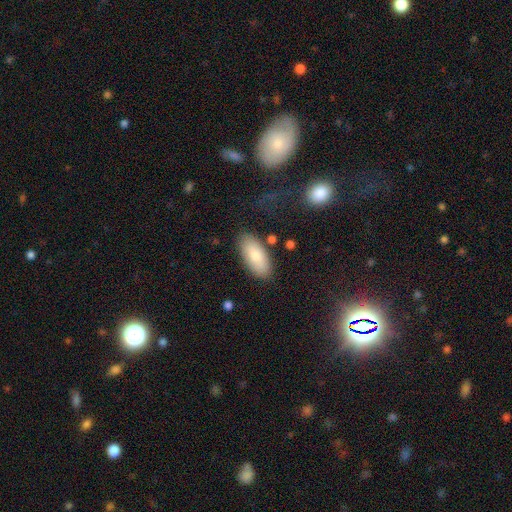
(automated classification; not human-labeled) Smooth or featured? Predicted: smooth (p=0.78). How rounded? Predicted: in between (p=0.90). Merging? Predicted: none (p=0.82).